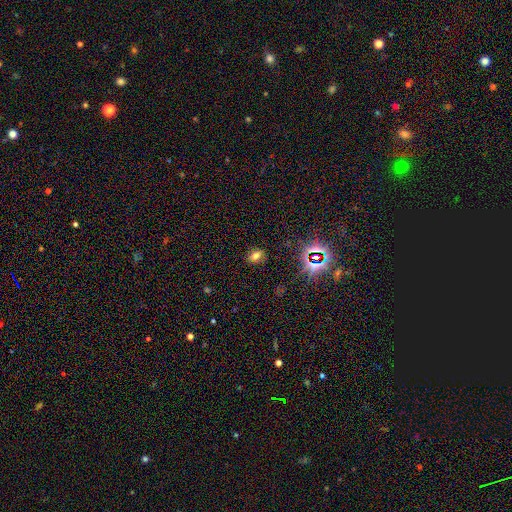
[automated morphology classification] Smooth or featured? smooth (58%)
How rounded? in between (75%)
Merging? none (86%)